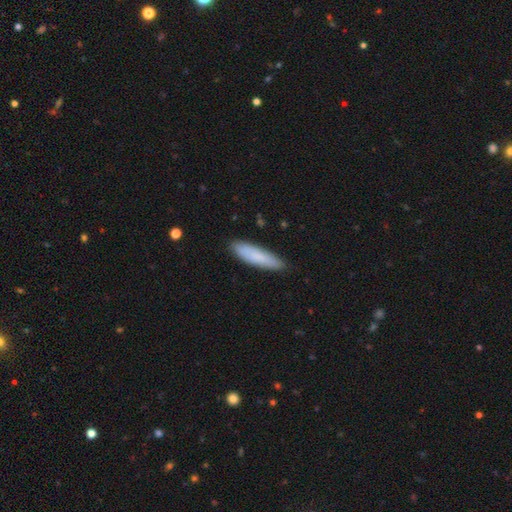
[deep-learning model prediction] Smooth or featured? Predicted: smooth (p=0.82). How rounded? Predicted: cigar-shaped (p=0.70). Merging? Predicted: none (p=0.87).